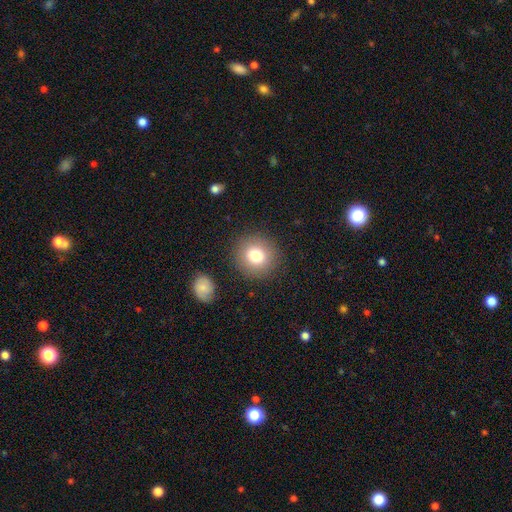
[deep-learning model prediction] A smooth galaxy with no disk features (79%) that is round (89%).

Vote fractions:
- Smooth or featured? smooth: 79% / featured or disk: 11% / star or artifact: 11%
- How rounded? round: 89% / in between: 10% / cigar-shaped: 1%
- Merging? none: 88% / minor disturbance: 7% / major disturbance: 3% / merger: 2%